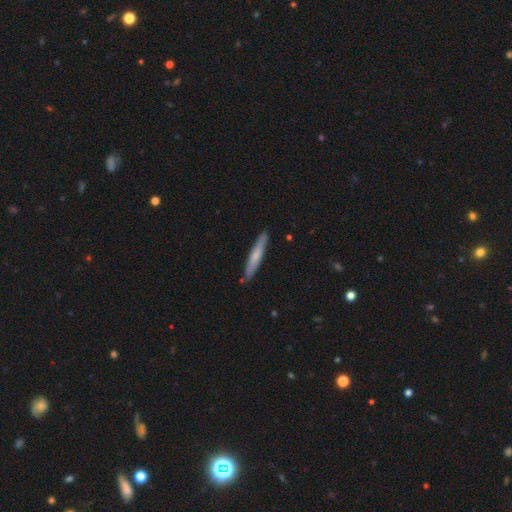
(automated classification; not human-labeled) smooth_or_featured: smooth (p=0.61) [alt: featured or disk p=0.34]
how_rounded: cigar-shaped (p=0.94) [alt: in between p=0.05]
merging: none (p=0.87) [alt: minor disturbance p=0.10]